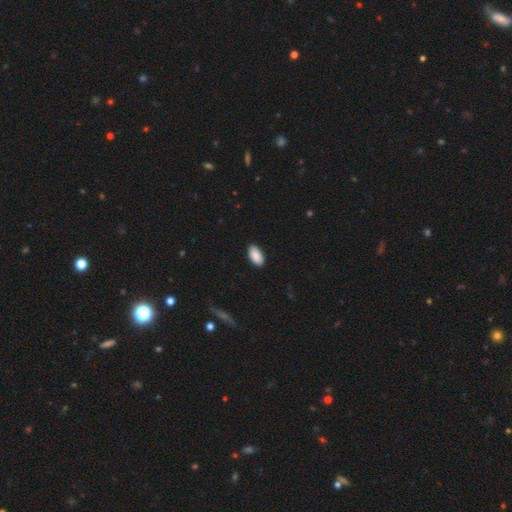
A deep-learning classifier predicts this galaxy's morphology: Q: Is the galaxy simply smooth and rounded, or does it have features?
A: smooth — 90%.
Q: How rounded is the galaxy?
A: in between — 95%.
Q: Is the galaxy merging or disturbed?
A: none — 88%.